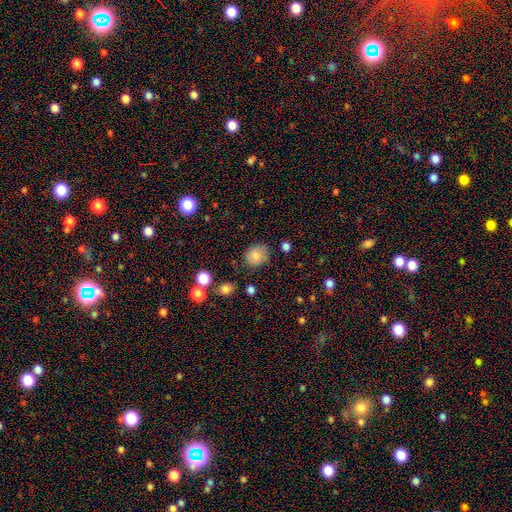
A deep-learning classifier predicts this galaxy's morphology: type=smooth (82%); roundness=round (62%); merging=none (73%).